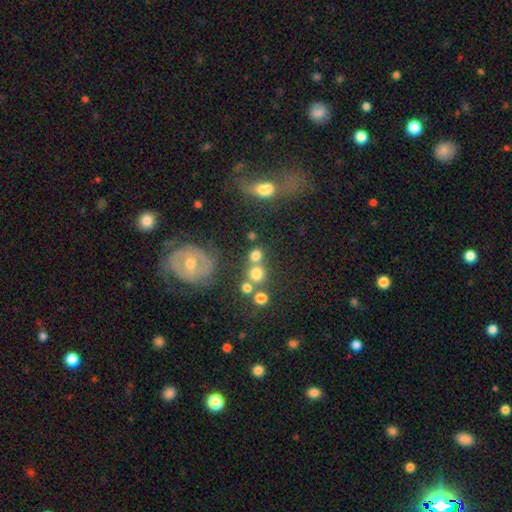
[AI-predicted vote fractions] smooth-or-featured: smooth: 72% | star or artifact: 15% | featured or disk: 13%
  how-rounded: round: 82% | in between: 17% | cigar-shaped: 1%
  merging: none: 53% | merger: 31% | minor disturbance: 10% | major disturbance: 6%